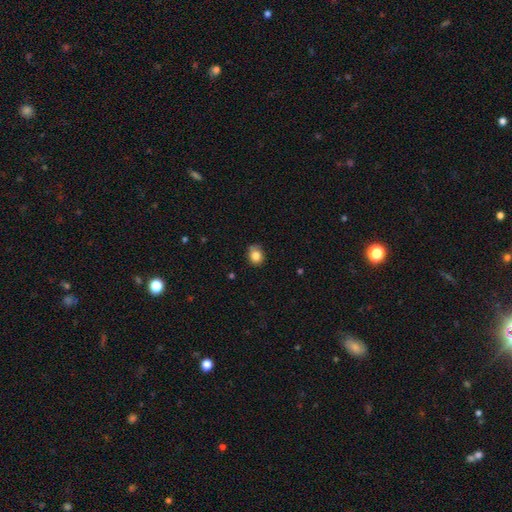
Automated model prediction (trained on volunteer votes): Smooth or featured? Predicted: smooth (p=0.81). How rounded? Predicted: round (p=0.64). Merging? Predicted: none (p=0.73).